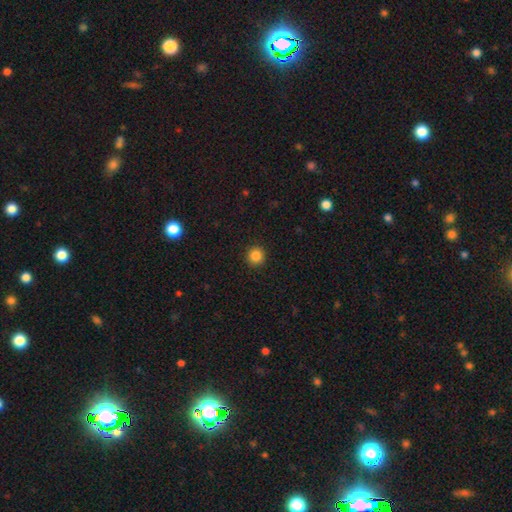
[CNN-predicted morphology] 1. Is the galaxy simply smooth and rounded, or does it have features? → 86% smooth, 11% star or artifact, 4% featured or disk.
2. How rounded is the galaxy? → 95% round, 5% in between, 1% cigar-shaped.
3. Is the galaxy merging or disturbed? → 92% none, 5% minor disturbance, 2% major disturbance, 1% merger.